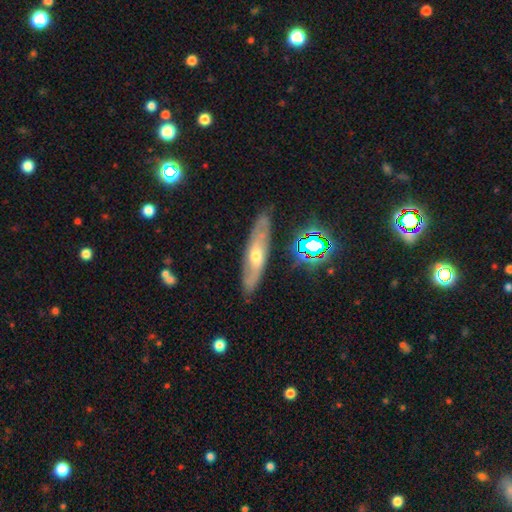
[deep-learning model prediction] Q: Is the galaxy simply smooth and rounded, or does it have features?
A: featured or disk — 61%.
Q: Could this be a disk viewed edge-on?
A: no — 59%.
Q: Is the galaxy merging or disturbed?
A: none — 83%.